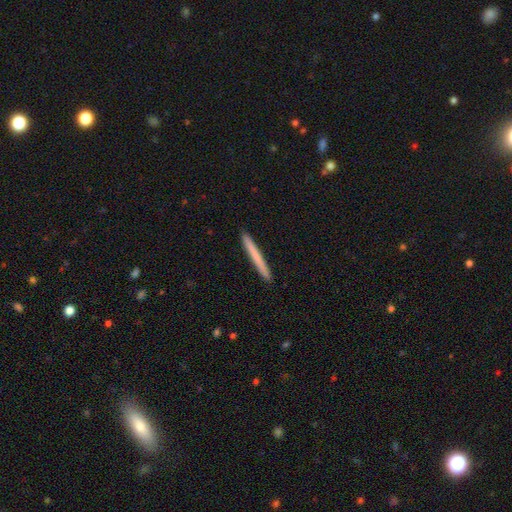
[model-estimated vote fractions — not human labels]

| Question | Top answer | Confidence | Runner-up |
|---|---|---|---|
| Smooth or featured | smooth | 69% | featured or disk (26%) |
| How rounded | cigar-shaped | 97% | in between (2%) |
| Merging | none | 93% | minor disturbance (5%) |